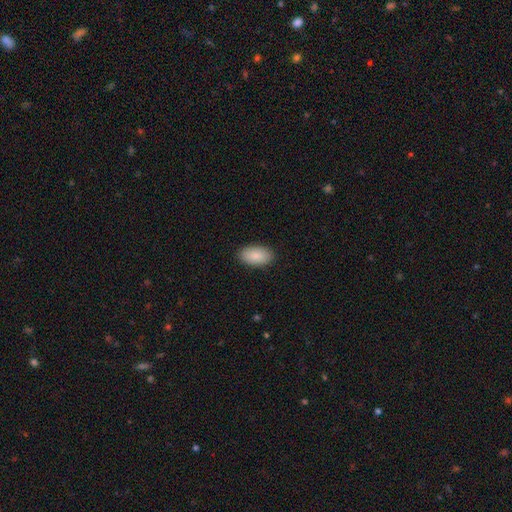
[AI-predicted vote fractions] This appears to be a smooth galaxy with no disk features (89%) that is in between round and cigar-shaped (95%). Merging: none (89%).